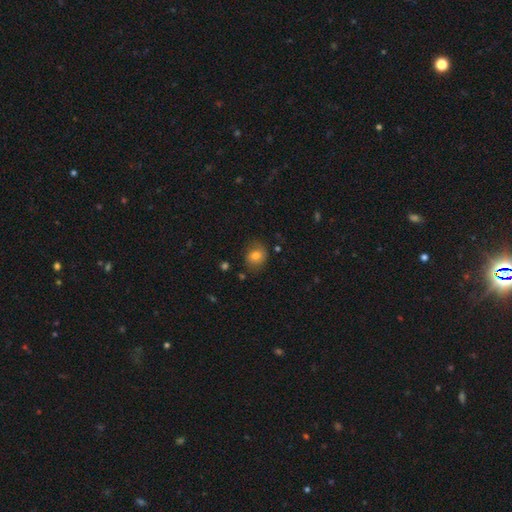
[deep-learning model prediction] A smooth galaxy with no disk features (74%) that is round (63%).

Vote fractions:
- Smooth or featured? smooth: 74% / featured or disk: 16% / star or artifact: 10%
- How rounded? round: 63% / in between: 36% / cigar-shaped: 1%
- Merging? none: 74% / minor disturbance: 19% / major disturbance: 6% / merger: 2%